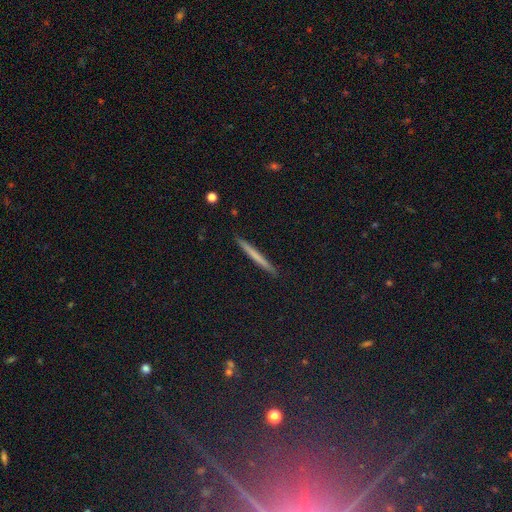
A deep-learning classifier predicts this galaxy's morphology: type=smooth (60%); roundness=cigar-shaped (96%); merging=none (92%).